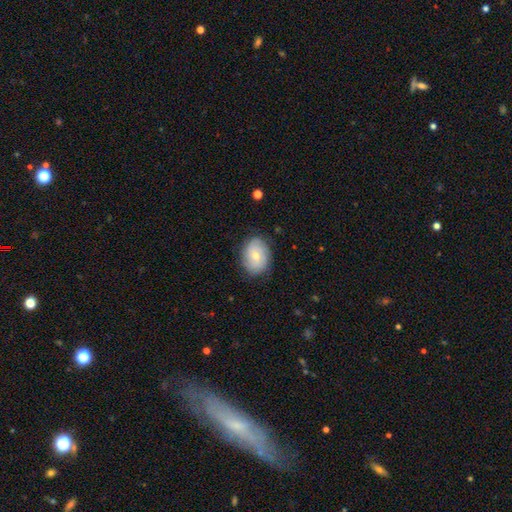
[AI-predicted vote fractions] smooth_or_featured: smooth (p=0.58) [alt: featured or disk p=0.34]
how_rounded: in between (p=0.67) [alt: round p=0.32]
merging: none (p=0.80) [alt: minor disturbance p=0.15]